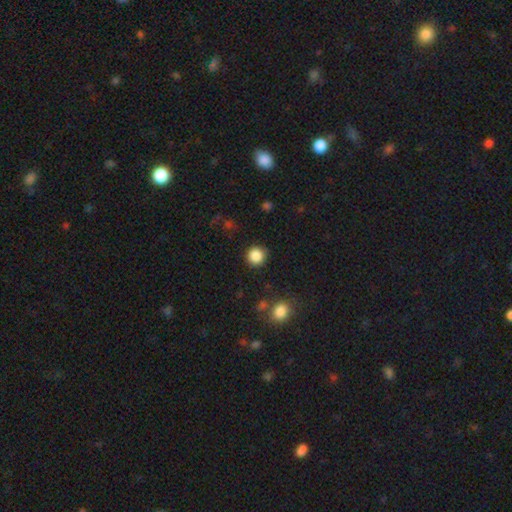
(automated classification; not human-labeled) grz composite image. It shows a smooth galaxy with no disk features (87%) that is round (94%). Merging: none (88%).